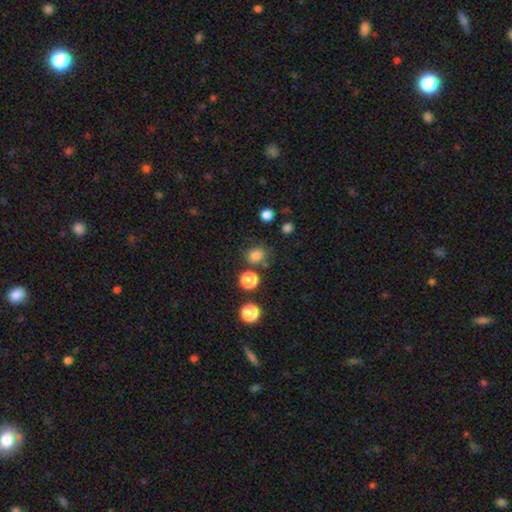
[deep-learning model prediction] Smooth or featured: smooth — 81% (star or artifact — 15%)
How rounded: round — 79% (in between — 21%)
Merging: none — 75% (minor disturbance — 12%)